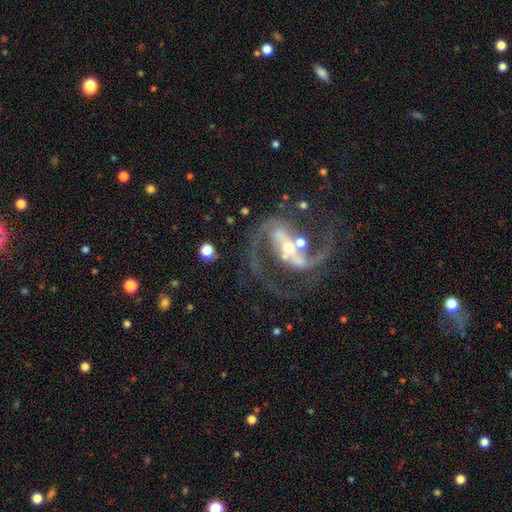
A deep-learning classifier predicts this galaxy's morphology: A featured or disk galaxy (89%) with a strong bar (44%), 2 (86%) medium (52%) spiral arms (96%) and a small central bulge (51%).

Vote fractions:
- Smooth or featured? featured or disk: 89% / star or artifact: 6% / smooth: 4%
- Edge-on disk? no: 97% / yes: 3%
- Bar? strong: 44% / weak: 35% / no: 21%
- Spiral arms? yes: 96% / no: 4%
- Spiral winding? medium: 52% / loose: 36% / tight: 12%
- Spiral arm count? 2: 86% / 1: 4% / can't tell: 3% / 3: 3% / 4: 2% / more than 4: 2%
- Bulge size? small: 51% / moderate: 39% / large: 5% / none: 4% / dominant: 2%
- Merging? none: 44% / merger: 24% / major disturbance: 19% / minor disturbance: 13%